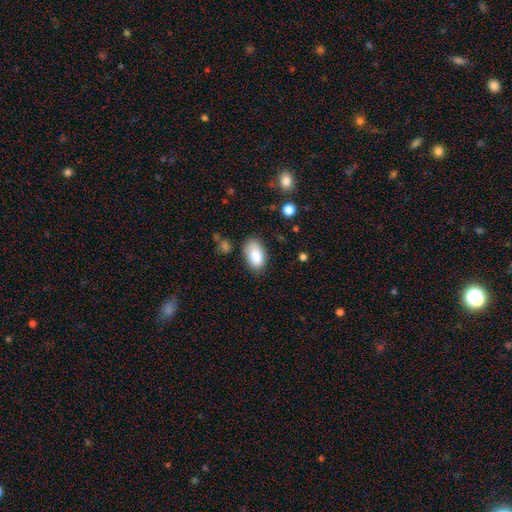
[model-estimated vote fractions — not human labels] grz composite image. It shows a smooth galaxy with no disk features (84%) that is in between round and cigar-shaped (93%). Merging: none (75%).